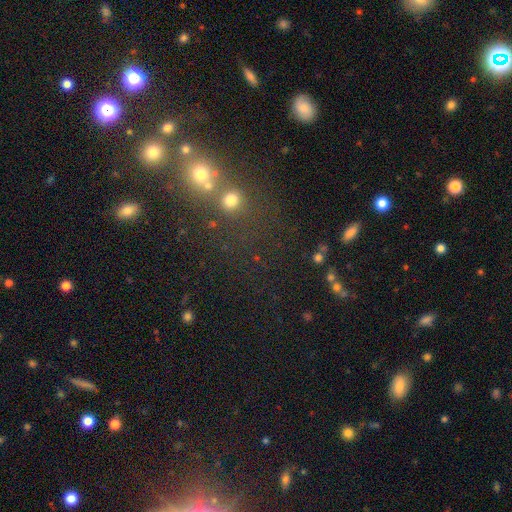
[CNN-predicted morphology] star or artifact 49%, smooth 40%, featured or disk 11%.